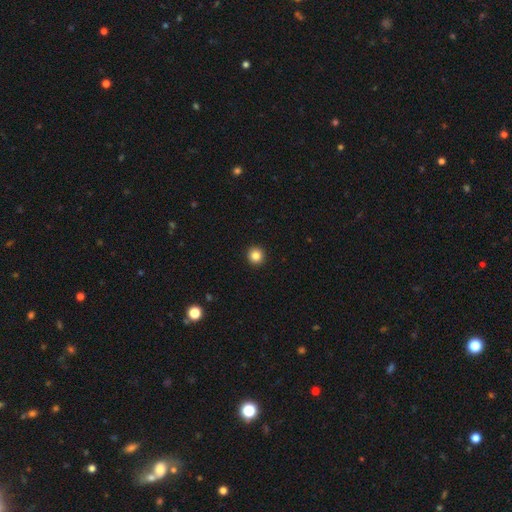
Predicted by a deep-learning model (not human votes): Smooth or featured? smooth (84%)
How rounded? round (96%)
Merging? none (94%)